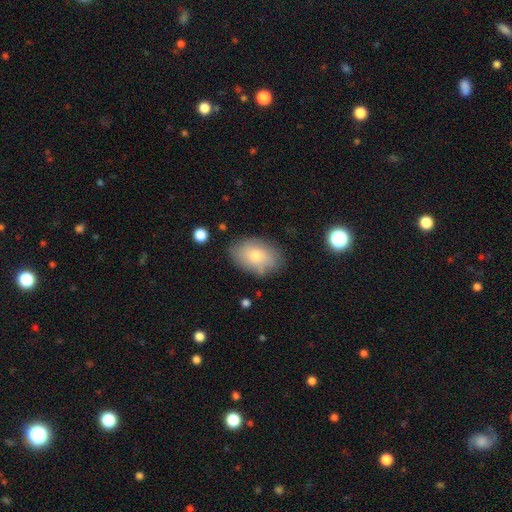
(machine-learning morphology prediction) smooth 69%, featured or disk 23%, star or artifact 9%. Down the decision tree: how rounded — in between (86%); merging — none (80%).